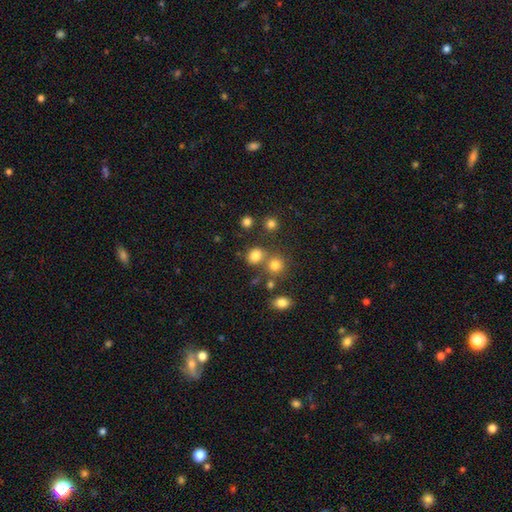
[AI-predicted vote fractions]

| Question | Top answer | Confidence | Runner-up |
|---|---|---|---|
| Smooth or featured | smooth | 79% | star or artifact (15%) |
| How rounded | round | 70% | in between (29%) |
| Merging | none | 64% | merger (21%) |